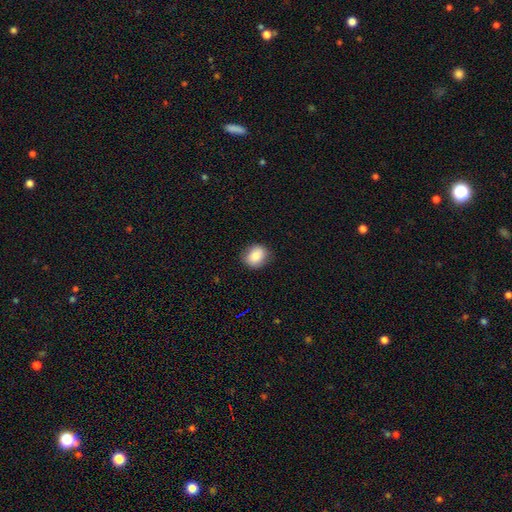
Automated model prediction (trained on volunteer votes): smooth_or_featured: smooth (p=0.84) [alt: star or artifact p=0.08]
how_rounded: round (p=0.62) [alt: in between p=0.37]
merging: none (p=0.85) [alt: minor disturbance p=0.12]